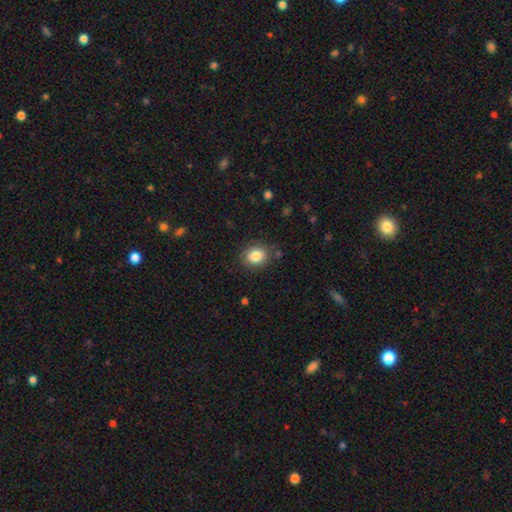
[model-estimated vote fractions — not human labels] Q: Smooth or featured?
A: smooth (84%); runner-up: star or artifact (9%)
Q: How rounded?
A: round (62%); runner-up: in between (37%)
Q: Merging?
A: none (84%); runner-up: minor disturbance (11%)